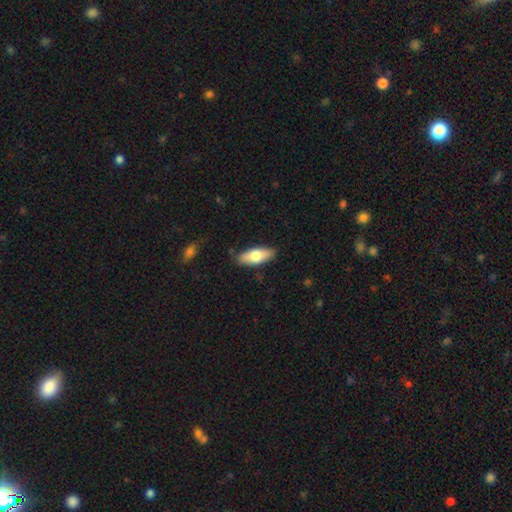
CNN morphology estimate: Smooth or featured? Predicted: smooth (p=0.71). How rounded? Predicted: in between (p=0.73). Merging? Predicted: none (p=0.84).